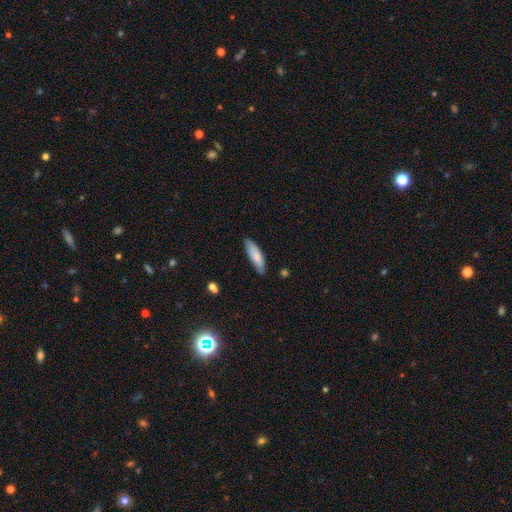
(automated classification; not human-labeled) A smooth galaxy with no disk features (79%) that is cigar-shaped (53%).

Vote fractions:
- Smooth or featured? smooth: 79% / featured or disk: 15% / star or artifact: 6%
- How rounded? cigar-shaped: 53% / in between: 45% / round: 1%
- Merging? none: 78% / minor disturbance: 18% / major disturbance: 3% / merger: 1%